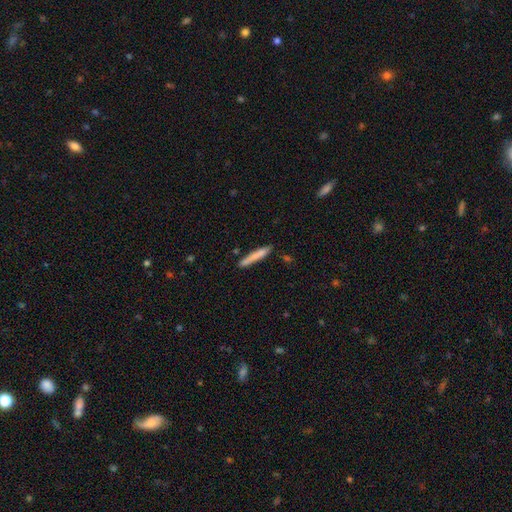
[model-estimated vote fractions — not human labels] Smooth or featured? smooth (76%)
How rounded? cigar-shaped (95%)
Merging? none (82%)